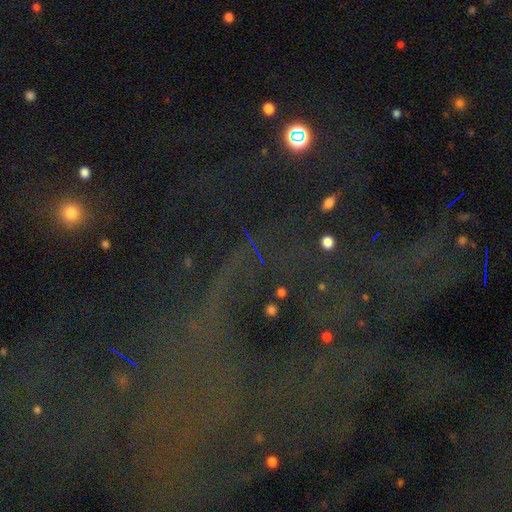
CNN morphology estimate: smooth-or-featured: star or artifact: 74% | smooth: 15% | featured or disk: 11%